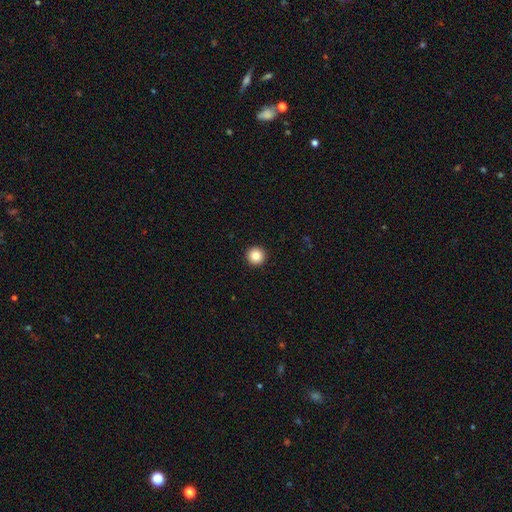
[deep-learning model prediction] This appears to be a smooth galaxy with no disk features (85%) that is round (96%). Merging: none (94%).